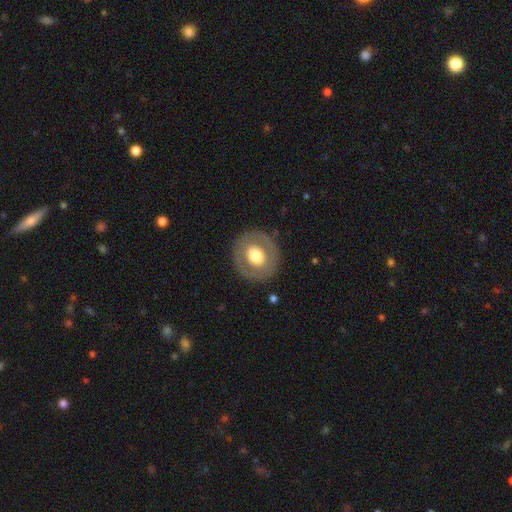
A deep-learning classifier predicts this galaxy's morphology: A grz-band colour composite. It shows a smooth galaxy with no disk features (54%) that is round (87%). Merging: none (86%).